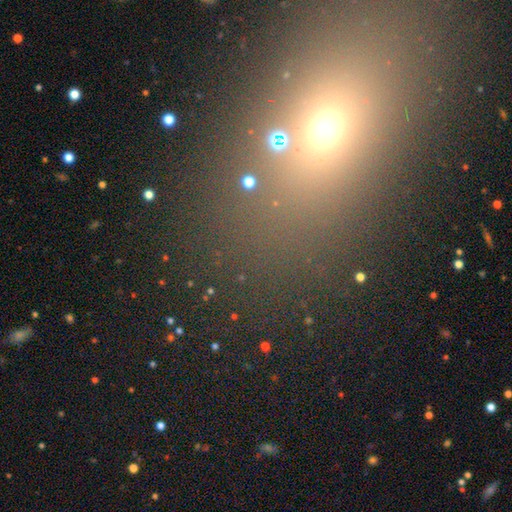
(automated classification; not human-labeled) star or artifact 49%, smooth 40%, featured or disk 11%.